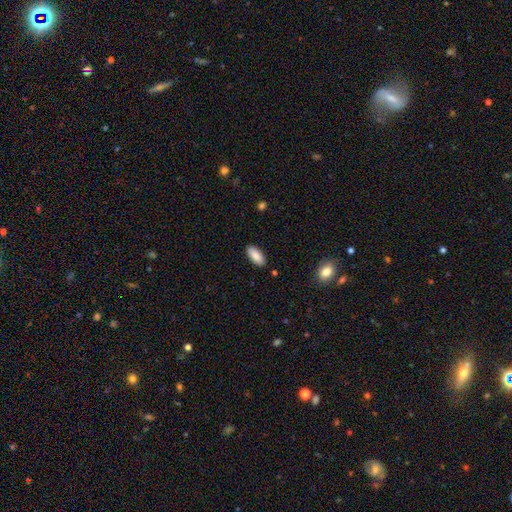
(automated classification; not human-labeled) smooth-or-featured: smooth: 87% | featured or disk: 7% | star or artifact: 6%
  how-rounded: in between: 84% | cigar-shaped: 14% | round: 2%
  merging: none: 88% | minor disturbance: 9% | major disturbance: 2% | merger: 1%